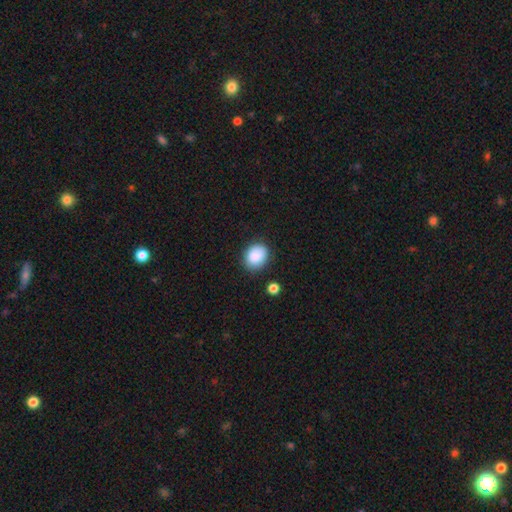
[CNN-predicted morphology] Smooth or featured?
  - smooth: 88% *
  - star or artifact: 8%
  - featured or disk: 4%
How rounded?
  - round: 55% *
  - in between: 44%
  - cigar-shaped: 1%
Merging?
  - none: 81% *
  - minor disturbance: 13%
  - major disturbance: 3%
  - merger: 3%